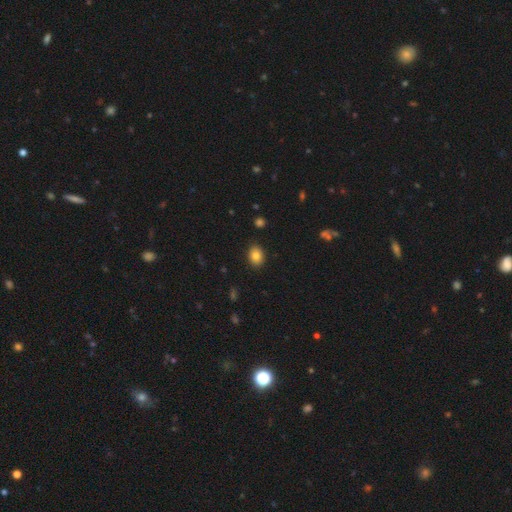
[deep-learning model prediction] This is clearly a smooth galaxy (84%). How rounded: likely in between (71%). Merging: clearly none (88%).